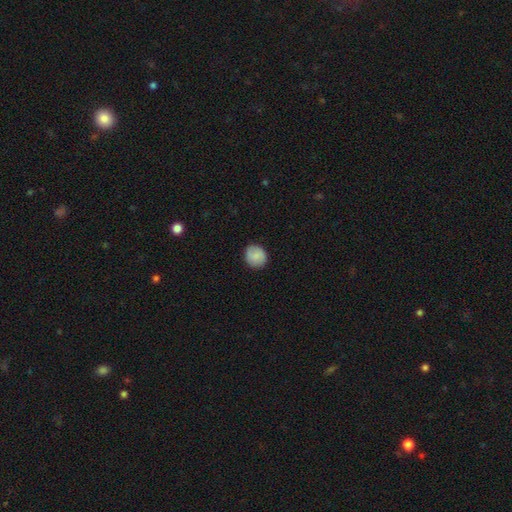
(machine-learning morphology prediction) smooth 80%, featured or disk 13%, star or artifact 7%. Down the decision tree: how rounded — round (85%); merging — none (87%).